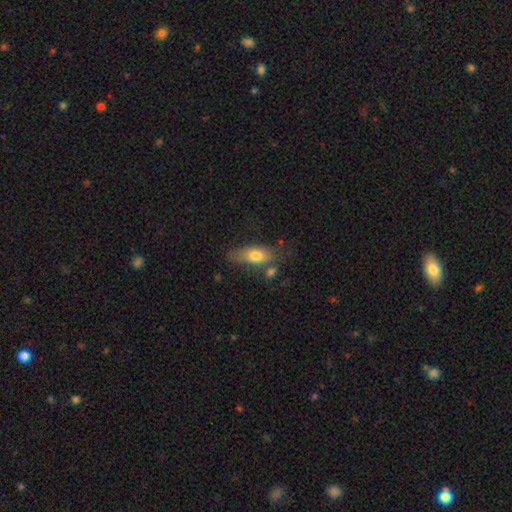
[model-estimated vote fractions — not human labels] Smooth or featured?
  - smooth: 71% *
  - featured or disk: 22%
  - star or artifact: 7%
How rounded?
  - in between: 77% *
  - cigar-shaped: 19%
  - round: 5%
Merging?
  - none: 57% *
  - minor disturbance: 23%
  - merger: 11%
  - major disturbance: 9%